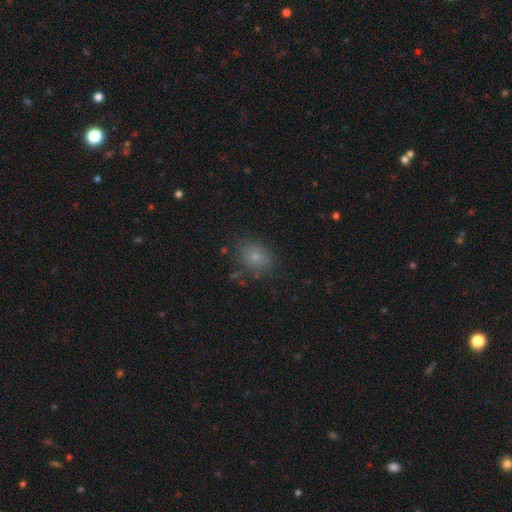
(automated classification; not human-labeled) This is likely a smooth galaxy (74%). How rounded: possibly in between (50%). Merging: clearly none (81%).